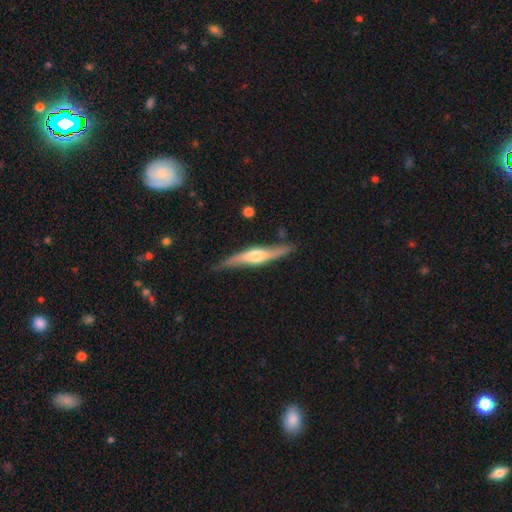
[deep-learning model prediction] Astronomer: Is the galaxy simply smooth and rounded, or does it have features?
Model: featured or disk — 65%.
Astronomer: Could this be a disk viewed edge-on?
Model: yes — 89%.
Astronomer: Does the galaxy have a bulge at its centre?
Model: rounded — 85%.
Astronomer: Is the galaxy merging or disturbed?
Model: none — 78%.